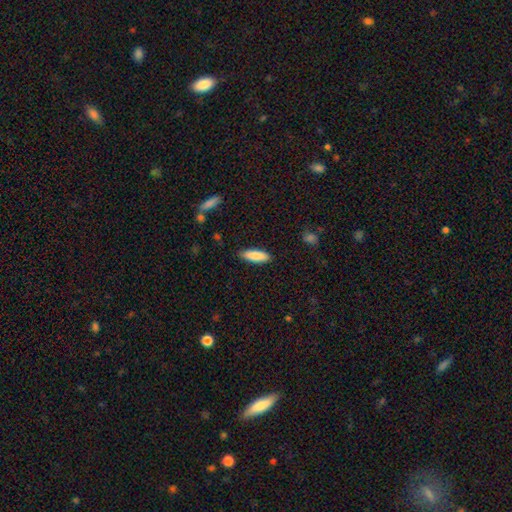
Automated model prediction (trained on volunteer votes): A smooth galaxy with no disk features (85%) that is in between round and cigar-shaped (51%).

Vote fractions:
- Smooth or featured? smooth: 85% / featured or disk: 9% / star or artifact: 6%
- How rounded? in between: 51% / cigar-shaped: 47% / round: 2%
- Merging? none: 86% / minor disturbance: 10% / major disturbance: 2% / merger: 1%